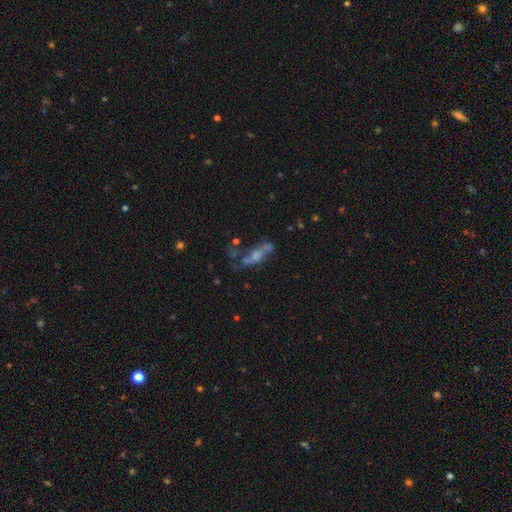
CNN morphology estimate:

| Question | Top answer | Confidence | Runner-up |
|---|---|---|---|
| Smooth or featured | featured or disk | 52% | smooth (33%) |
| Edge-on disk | no | 76% | yes (24%) |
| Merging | none | 35% | major disturbance (26%) |